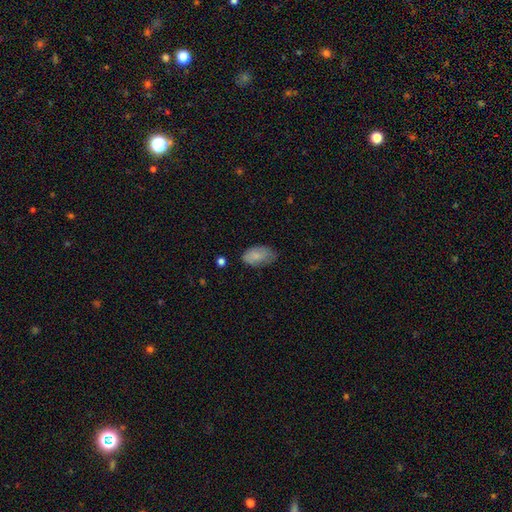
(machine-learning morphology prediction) A smooth galaxy with no disk features (83%) that is in between round and cigar-shaped (93%). Merging: none (59%).